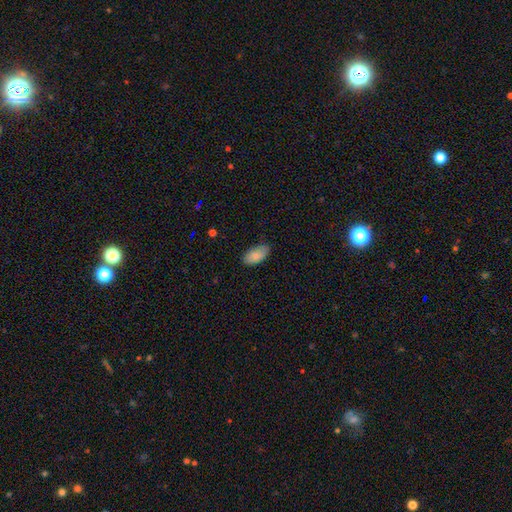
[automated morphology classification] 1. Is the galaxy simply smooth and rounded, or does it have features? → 86% smooth, 7% featured or disk, 6% star or artifact.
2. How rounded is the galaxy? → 94% in between, 3% cigar-shaped, 2% round.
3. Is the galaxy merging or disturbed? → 80% none, 16% minor disturbance, 3% major disturbance, 1% merger.